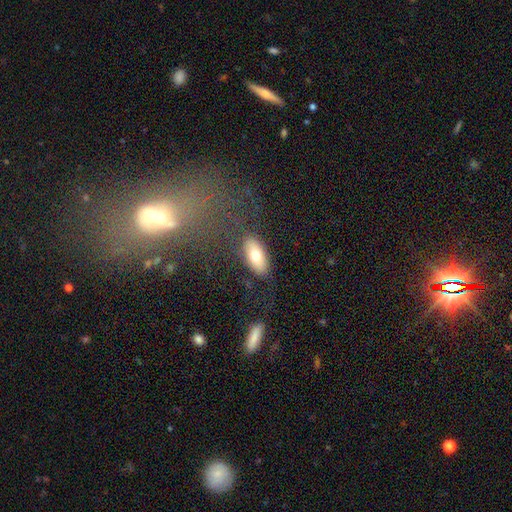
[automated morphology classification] smooth 71%, featured or disk 22%, star or artifact 7%. Down the decision tree: how rounded — in between (88%); merging — none (81%).